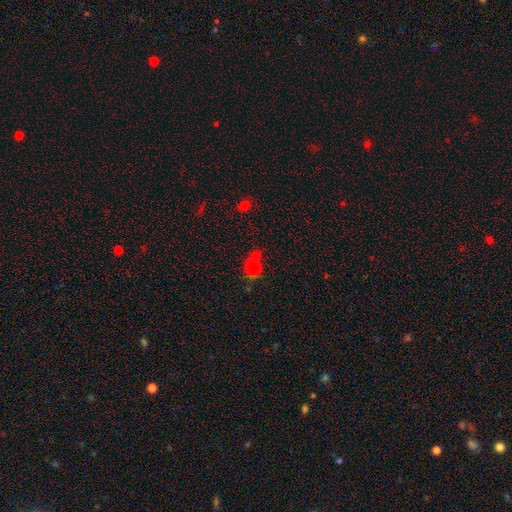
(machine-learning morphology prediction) Q: Smooth or featured?
A: smooth (78%); runner-up: star or artifact (13%)
Q: How rounded?
A: round (86%); runner-up: in between (13%)
Q: Merging?
A: none (54%); runner-up: merger (31%)